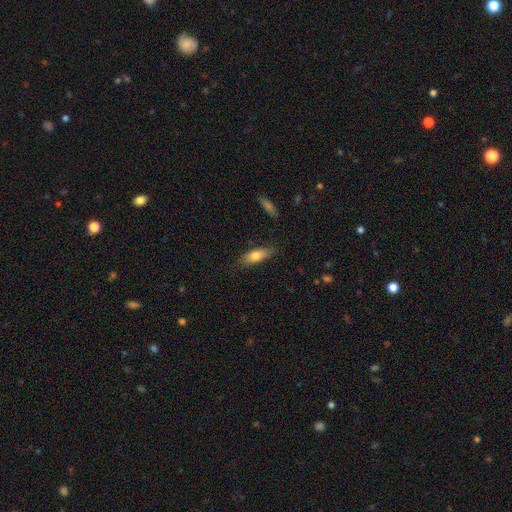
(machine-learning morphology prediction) Q: Smooth or featured?
A: smooth (73%); runner-up: featured or disk (21%)
Q: How rounded?
A: in between (56%); runner-up: cigar-shaped (42%)
Q: Merging?
A: none (82%); runner-up: minor disturbance (14%)